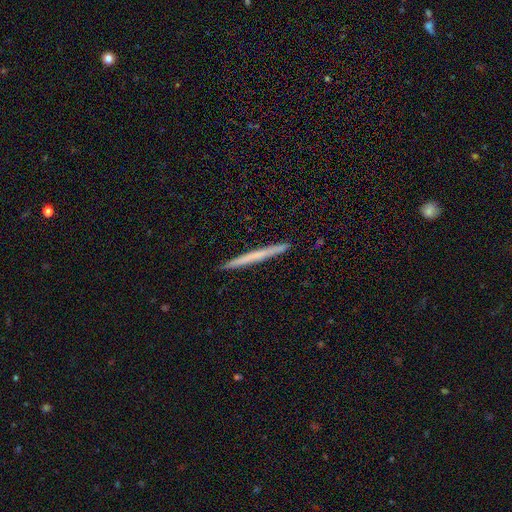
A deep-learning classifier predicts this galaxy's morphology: Q: Smooth or featured?
A: smooth (53%); runner-up: featured or disk (41%)
Q: How rounded?
A: cigar-shaped (97%); runner-up: in between (1%)
Q: Merging?
A: none (92%); runner-up: minor disturbance (5%)